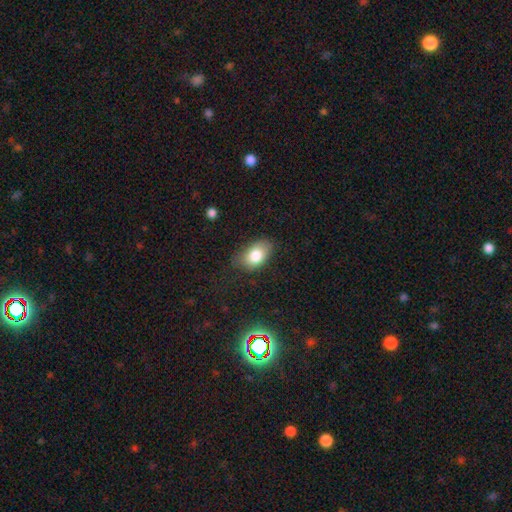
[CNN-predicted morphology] Smooth or featured: smooth — 80% (featured or disk — 12%)
How rounded: in between — 89% (round — 9%)
Merging: none — 67% (minor disturbance — 24%)